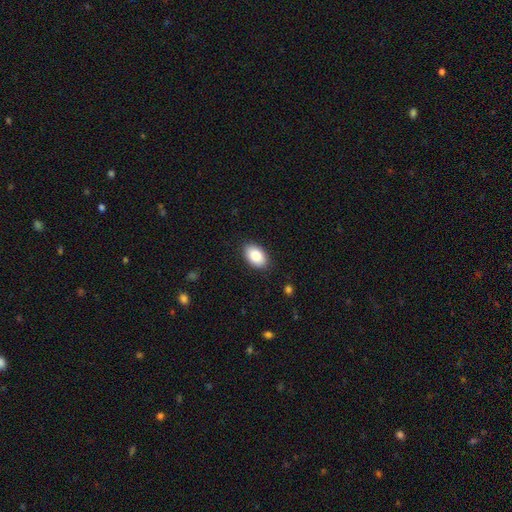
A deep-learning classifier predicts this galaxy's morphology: Q: Smooth or featured?
A: smooth (88%); runner-up: star or artifact (7%)
Q: How rounded?
A: in between (92%); runner-up: round (7%)
Q: Merging?
A: none (88%); runner-up: minor disturbance (9%)